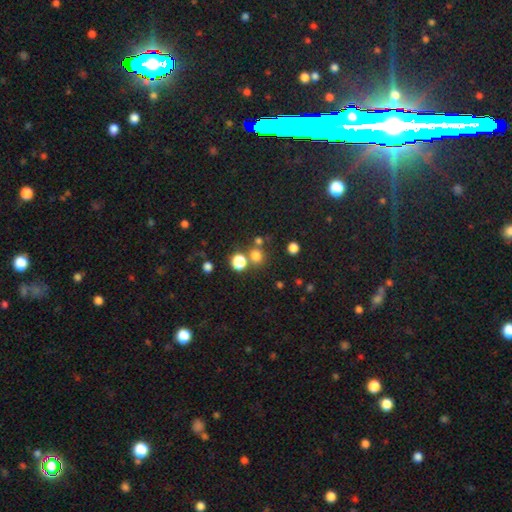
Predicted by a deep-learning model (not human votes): This appears to be a smooth galaxy with no disk features (72%) that is round (80%). Merging: none (67%).